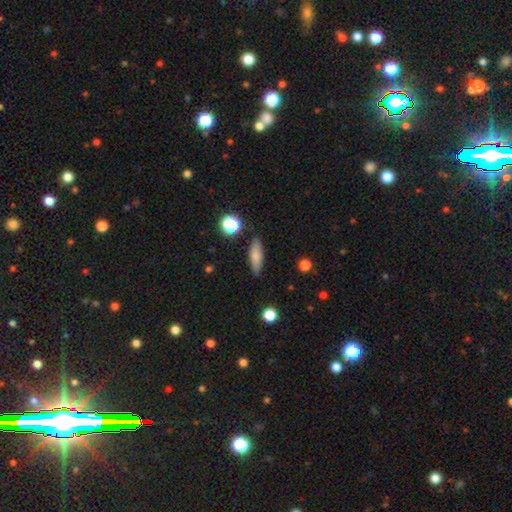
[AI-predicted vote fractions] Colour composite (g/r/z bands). It shows a smooth galaxy with no disk features (78%) that is in between round and cigar-shaped (49%). Merging: none (85%).